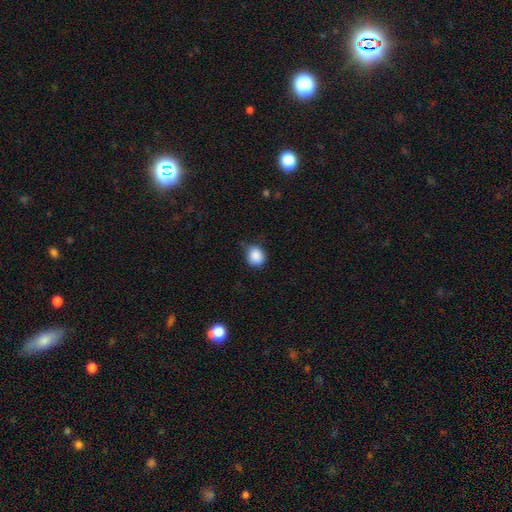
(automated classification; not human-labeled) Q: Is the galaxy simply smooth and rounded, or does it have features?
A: smooth — 87%.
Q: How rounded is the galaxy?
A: round — 76%.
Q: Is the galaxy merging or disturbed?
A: none — 68%.